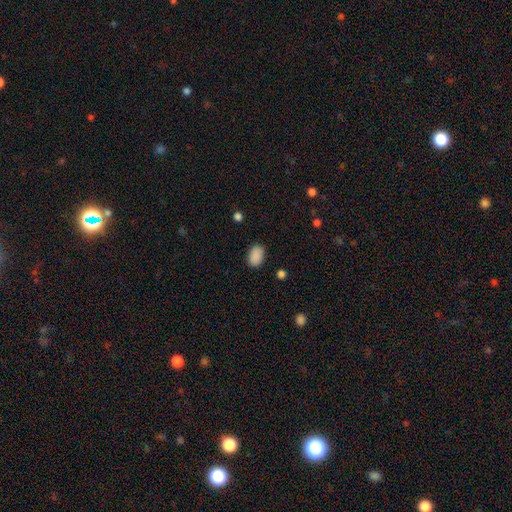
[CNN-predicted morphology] This appears to be a smooth galaxy with no disk features (89%) that is in between round and cigar-shaped (85%). Merging: none (85%).